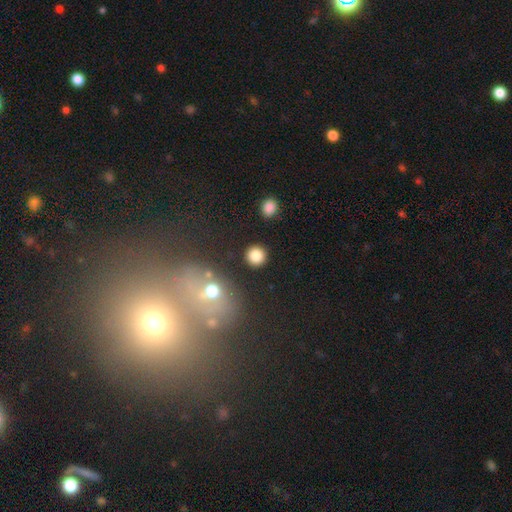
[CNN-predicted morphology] Smooth or featured: smooth — 84% (star or artifact — 11%)
How rounded: round — 92% (in between — 7%)
Merging: none — 88% (minor disturbance — 7%)